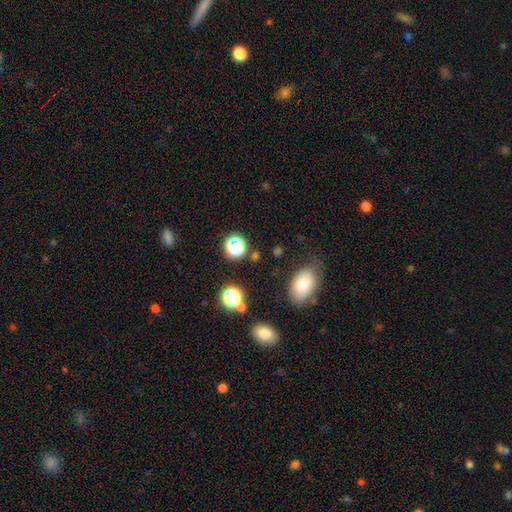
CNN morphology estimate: This is possibly a smooth galaxy (58%). How rounded: possibly round (56%). Merging: likely none (76%).